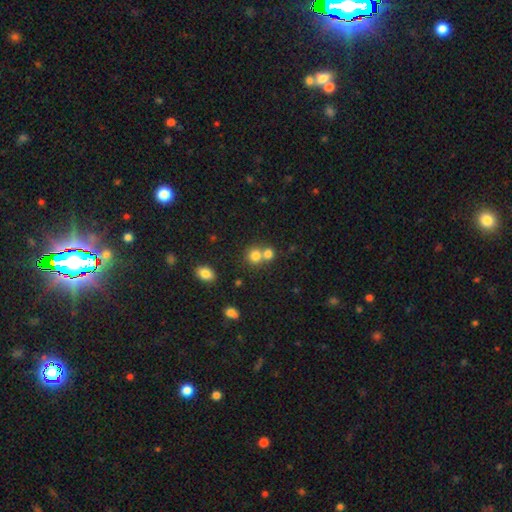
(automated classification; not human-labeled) smooth-or-featured: smooth: 78% | star or artifact: 13% | featured or disk: 9%
  how-rounded: round: 83% | in between: 16% | cigar-shaped: 1%
  merging: merger: 47% | none: 44% | minor disturbance: 6% | major disturbance: 3%